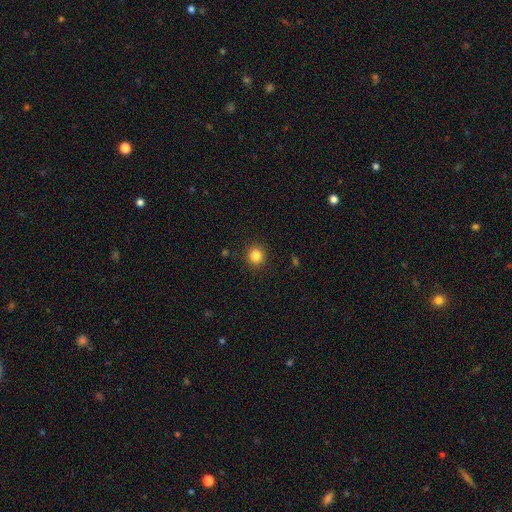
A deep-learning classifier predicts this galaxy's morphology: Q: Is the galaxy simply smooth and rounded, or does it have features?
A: smooth — 84%.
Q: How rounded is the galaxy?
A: round — 92%.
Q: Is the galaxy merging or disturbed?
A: none — 91%.